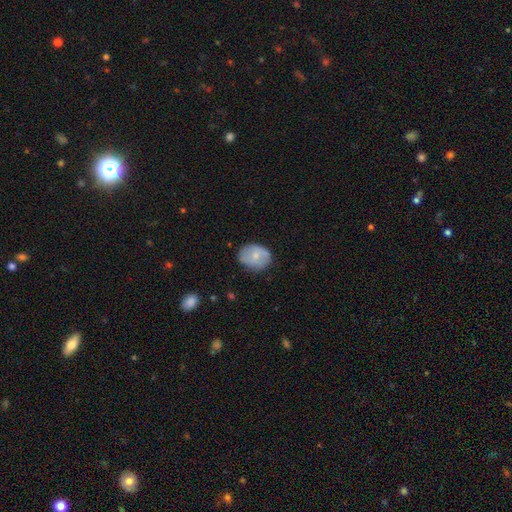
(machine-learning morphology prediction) smooth-or-featured: smooth: 66% | featured or disk: 27% | star or artifact: 7%
  how-rounded: in between: 58% | round: 41% | cigar-shaped: 1%
  merging: none: 72% | minor disturbance: 22% | major disturbance: 5% | merger: 2%